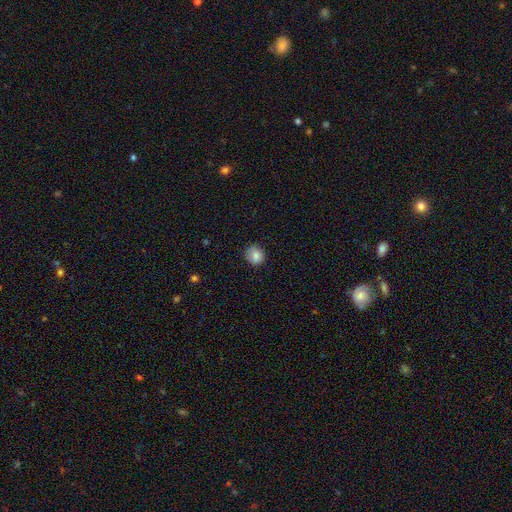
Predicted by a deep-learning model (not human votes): Smooth or featured?
  - smooth: 83% *
  - star or artifact: 9%
  - featured or disk: 7%
How rounded?
  - round: 81% *
  - in between: 18%
  - cigar-shaped: 1%
Merging?
  - none: 76% *
  - minor disturbance: 19%
  - major disturbance: 4%
  - merger: 1%